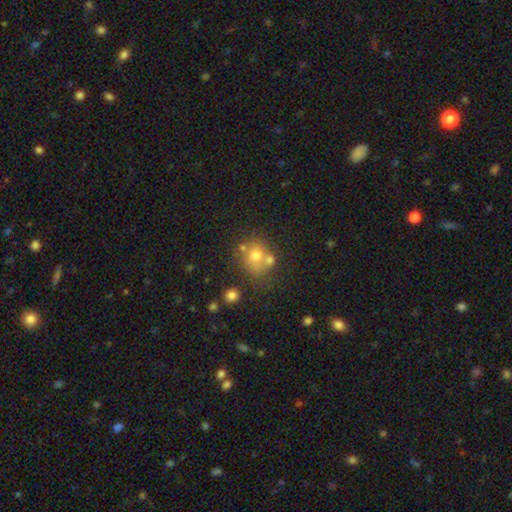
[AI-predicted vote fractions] Q: Smooth or featured?
A: smooth (66%); runner-up: featured or disk (17%)
Q: How rounded?
A: round (76%); runner-up: in between (23%)
Q: Merging?
A: none (52%); runner-up: merger (30%)